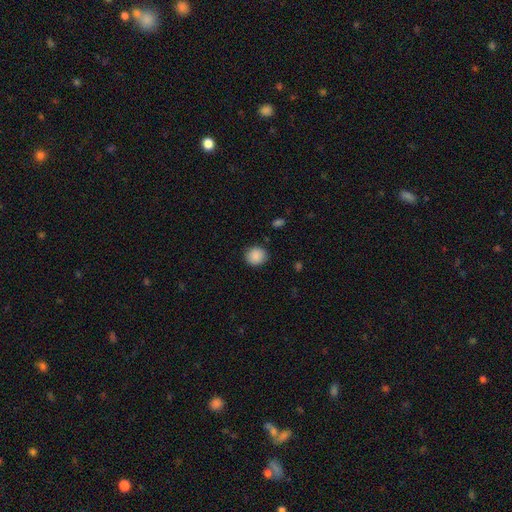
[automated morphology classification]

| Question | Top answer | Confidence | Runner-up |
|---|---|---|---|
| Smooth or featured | smooth | 89% | star or artifact (8%) |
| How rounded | round | 83% | in between (16%) |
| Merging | none | 87% | minor disturbance (9%) |